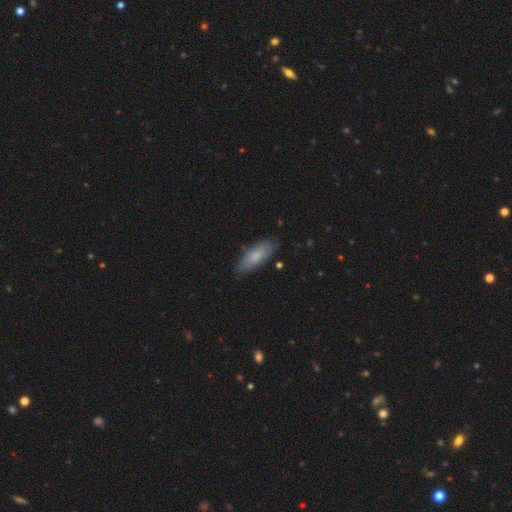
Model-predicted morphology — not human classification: Smooth or featured? smooth (78%)
How rounded? in between (67%)
Merging? none (78%)